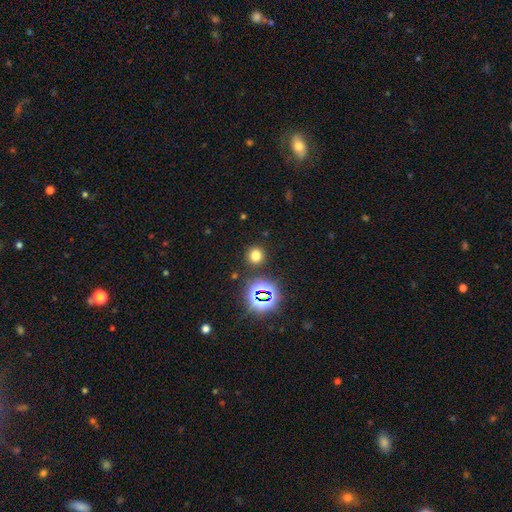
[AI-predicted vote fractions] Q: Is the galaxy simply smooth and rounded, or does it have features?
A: smooth — 69%.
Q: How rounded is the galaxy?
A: round — 88%.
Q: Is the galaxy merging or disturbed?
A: none — 88%.